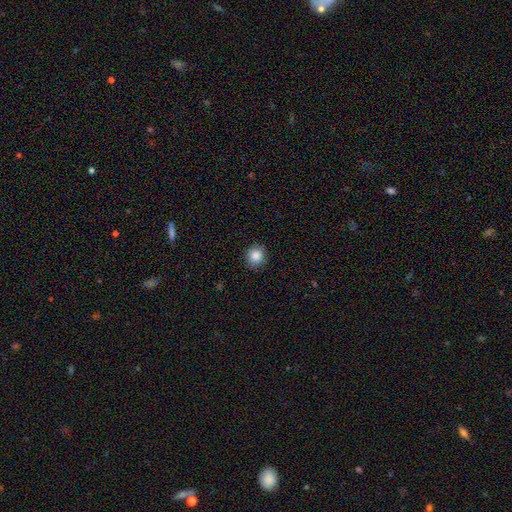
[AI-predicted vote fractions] A smooth galaxy with no disk features (87%) that is round (85%).

Vote fractions:
- Smooth or featured? smooth: 87% / star or artifact: 9% / featured or disk: 4%
- How rounded? round: 85% / in between: 14% / cigar-shaped: 1%
- Merging? none: 88% / minor disturbance: 9% / major disturbance: 2% / merger: 1%